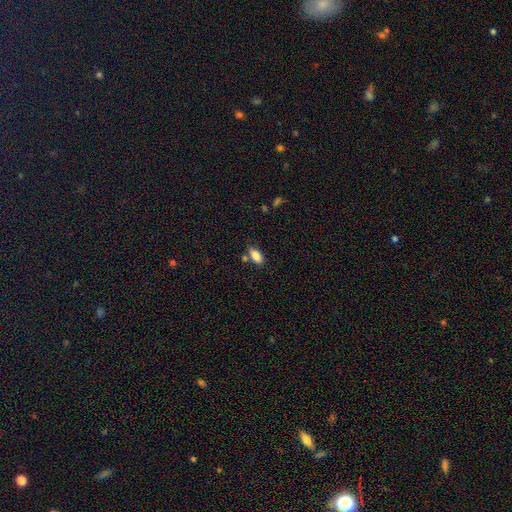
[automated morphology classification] This is clearly a smooth galaxy (85%). How rounded: clearly in between (89%). Merging: likely none (69%).